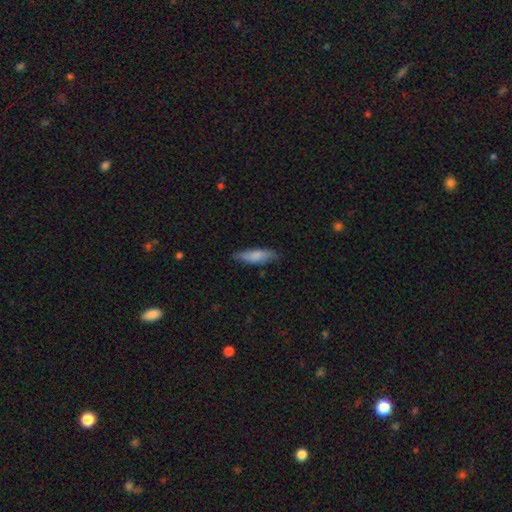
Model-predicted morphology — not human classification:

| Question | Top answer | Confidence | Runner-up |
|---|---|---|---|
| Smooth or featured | smooth | 77% | featured or disk (17%) |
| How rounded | cigar-shaped | 53% | in between (45%) |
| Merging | none | 76% | minor disturbance (19%) |